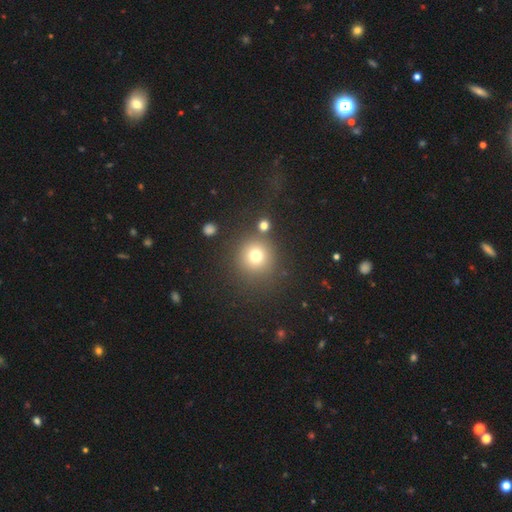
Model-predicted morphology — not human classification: Smooth or featured? Predicted: smooth (p=0.74). How rounded? Predicted: round (p=0.93). Merging? Predicted: none (p=0.80).